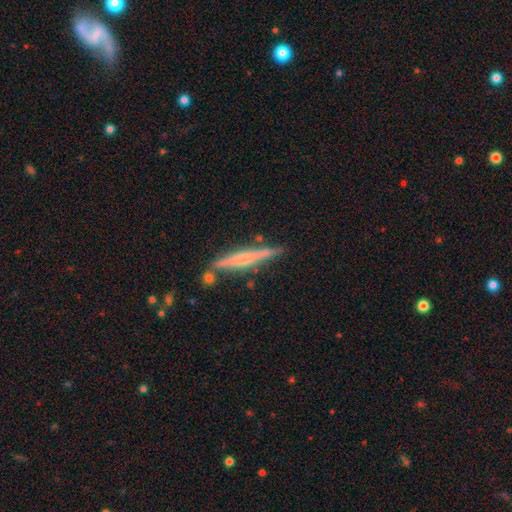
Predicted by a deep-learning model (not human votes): Smooth or featured? featured or disk (63%)
Edge-on disk? yes (96%)
Edge-on bulge? rounded (58%)
Merging? none (79%)